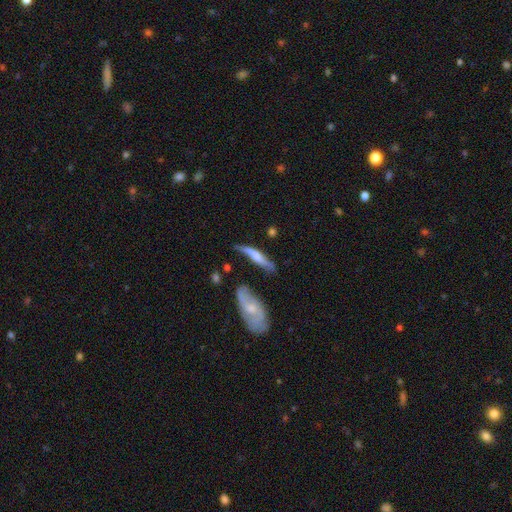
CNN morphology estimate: This appears to be a featured or disk galaxy (53%) viewed edge-on (72%). Merging: none (54%).